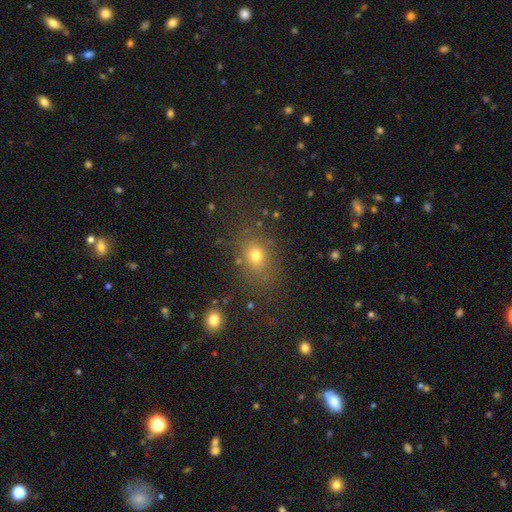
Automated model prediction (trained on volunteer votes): Overall: smooth (72%). How rounded: in between (53%; round 45%). Merging: none (75%).